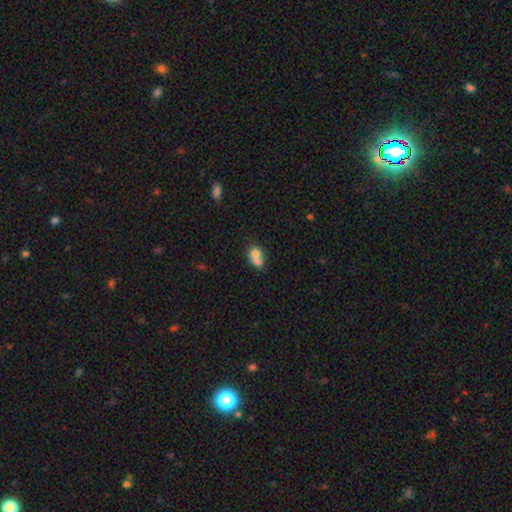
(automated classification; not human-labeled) smooth-or-featured: smooth: 69% | featured or disk: 21% | star or artifact: 10%
  how-rounded: round: 55% | in between: 44% | cigar-shaped: 1%
  merging: merger: 67% | none: 22% | minor disturbance: 8% | major disturbance: 4%